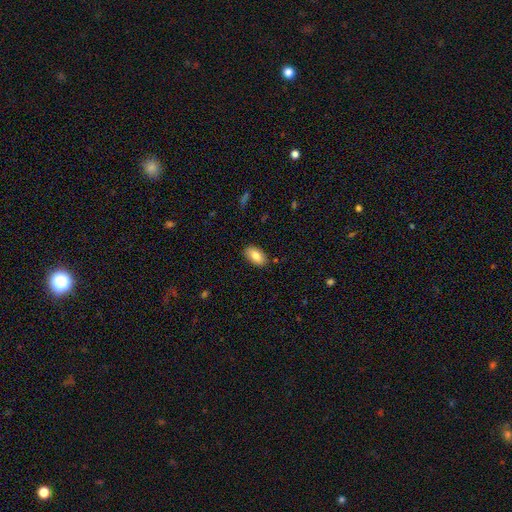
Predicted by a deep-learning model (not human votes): Smooth or featured?
  - smooth: 82% *
  - featured or disk: 11%
  - star or artifact: 7%
How rounded?
  - in between: 93% *
  - round: 4%
  - cigar-shaped: 3%
Merging?
  - none: 85% *
  - minor disturbance: 11%
  - major disturbance: 2%
  - merger: 1%